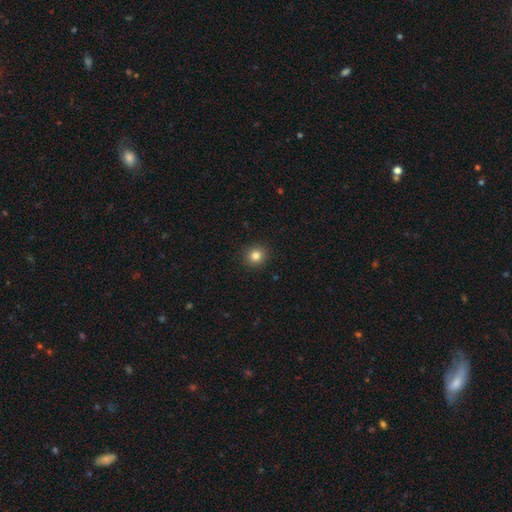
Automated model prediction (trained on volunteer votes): A smooth galaxy with no disk features (82%) that is round (91%). Merging: none (92%).